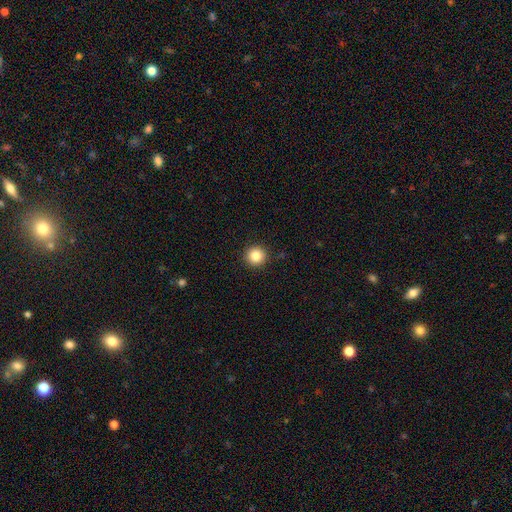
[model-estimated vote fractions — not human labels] A smooth galaxy with no disk features (85%) that is round (95%).

Vote fractions:
- Smooth or featured? smooth: 85% / star or artifact: 10% / featured or disk: 5%
- How rounded? round: 95% / in between: 4% / cigar-shaped: 1%
- Merging? none: 93% / minor disturbance: 5% / major disturbance: 2% / merger: 1%